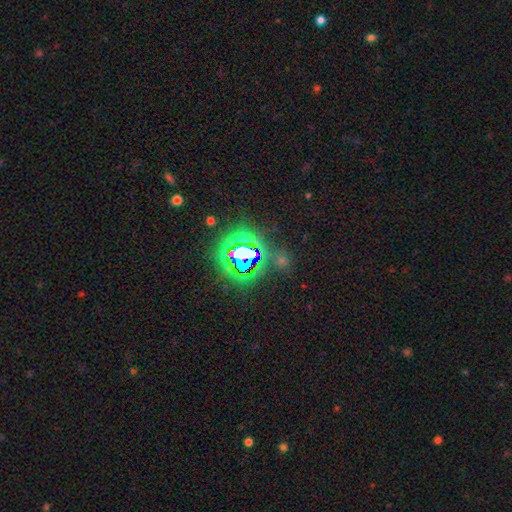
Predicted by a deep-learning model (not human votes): smooth_or_featured: star or artifact (p=0.85) [alt: smooth p=0.09]